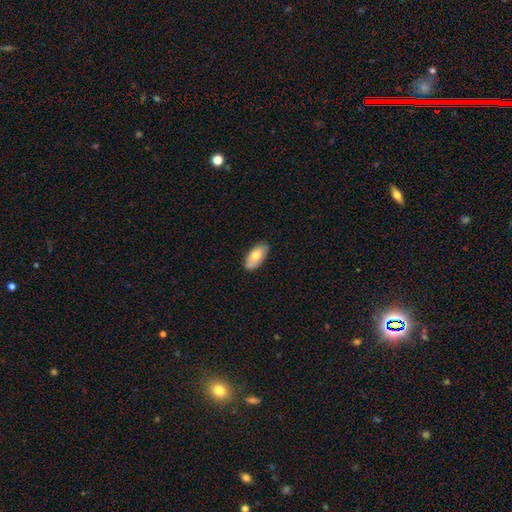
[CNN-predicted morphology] smooth 71%, featured or disk 22%, star or artifact 6%. Down the decision tree: how rounded — in between (93%); merging — none (82%).